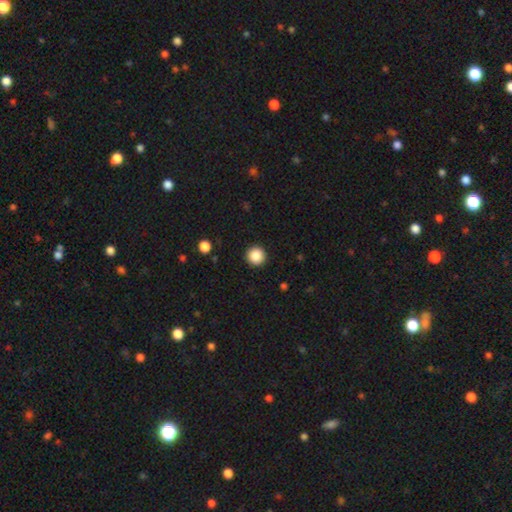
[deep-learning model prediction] Smooth or featured: smooth — 87% (star or artifact — 10%)
How rounded: round — 96% (in between — 3%)
Merging: none — 93% (minor disturbance — 5%)